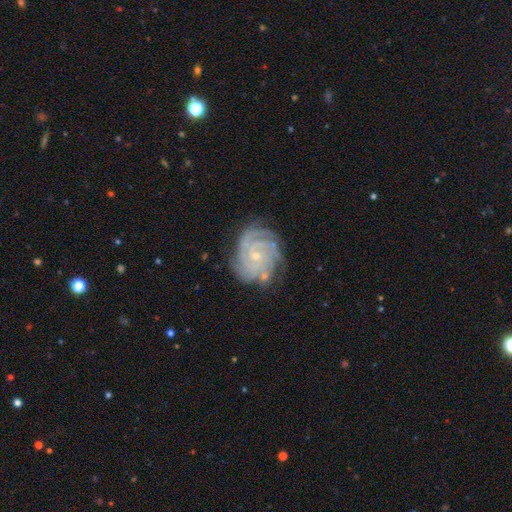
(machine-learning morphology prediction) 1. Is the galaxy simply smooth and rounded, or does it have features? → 86% featured or disk, 7% smooth, 7% star or artifact.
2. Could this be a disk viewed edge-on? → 98% no, 2% yes.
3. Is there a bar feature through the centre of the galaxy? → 71% no, 24% weak, 5% strong.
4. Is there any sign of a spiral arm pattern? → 97% yes, 3% no.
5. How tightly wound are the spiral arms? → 75% tight, 22% medium, 4% loose.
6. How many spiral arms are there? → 31% 4, 22% can't tell, 20% 3, 11% more than 4, 9% 2, 6% 1.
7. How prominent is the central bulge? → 75% small, 21% moderate, 2% none, 1% large, 1% dominant.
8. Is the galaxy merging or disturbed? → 72% none, 18% minor disturbance, 6% major disturbance, 3% merger.